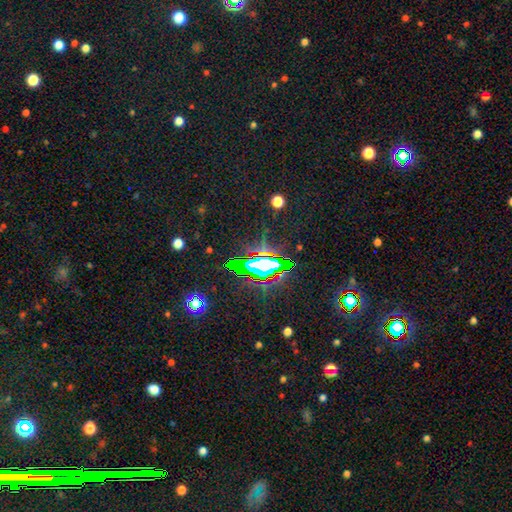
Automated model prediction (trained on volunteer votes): star or artifact 66%, smooth 18%, featured or disk 16%.